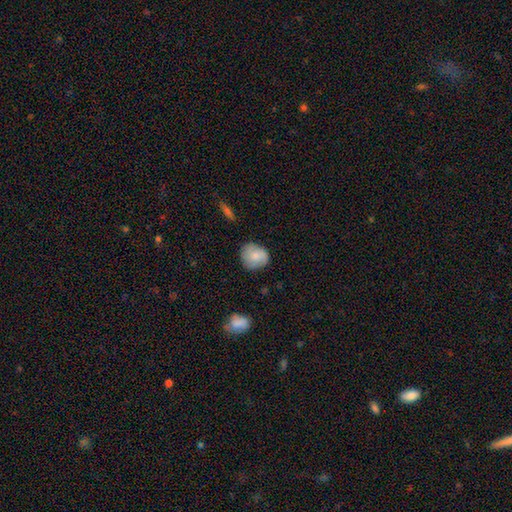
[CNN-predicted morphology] smooth-or-featured: smooth: 75% | featured or disk: 19% | star or artifact: 7%
  how-rounded: round: 78% | in between: 21% | cigar-shaped: 1%
  merging: none: 72% | minor disturbance: 21% | major disturbance: 5% | merger: 2%